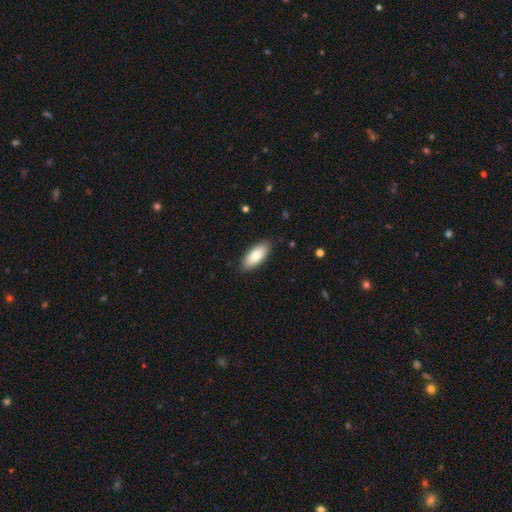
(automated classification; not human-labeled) smooth_or_featured: smooth (p=0.83) [alt: featured or disk p=0.11]
how_rounded: in between (p=0.84) [alt: cigar-shaped p=0.14]
merging: none (p=0.88) [alt: minor disturbance p=0.10]